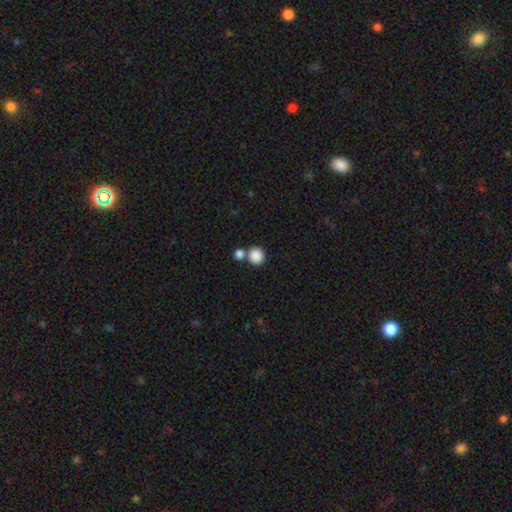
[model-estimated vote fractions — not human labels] The model was most divided on "merging": none: 59%, merger: 31%, minor disturbance: 7%, major disturbance: 3%. More confident: how rounded — round (90%); smooth or featured — smooth (87%).